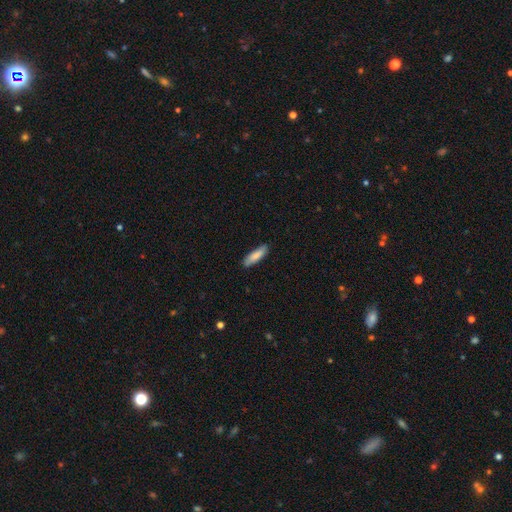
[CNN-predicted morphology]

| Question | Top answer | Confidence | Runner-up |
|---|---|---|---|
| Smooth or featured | smooth | 83% | featured or disk (11%) |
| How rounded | cigar-shaped | 60% | in between (39%) |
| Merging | none | 86% | minor disturbance (11%) |